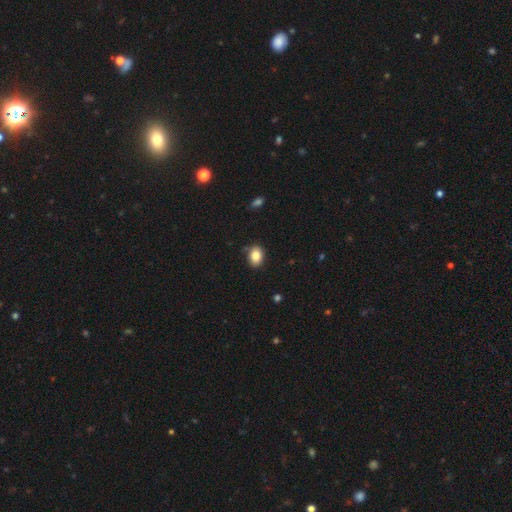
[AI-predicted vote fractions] This appears to be a smooth galaxy with no disk features (84%) that is in between round and cigar-shaped (75%). Merging: none (83%).